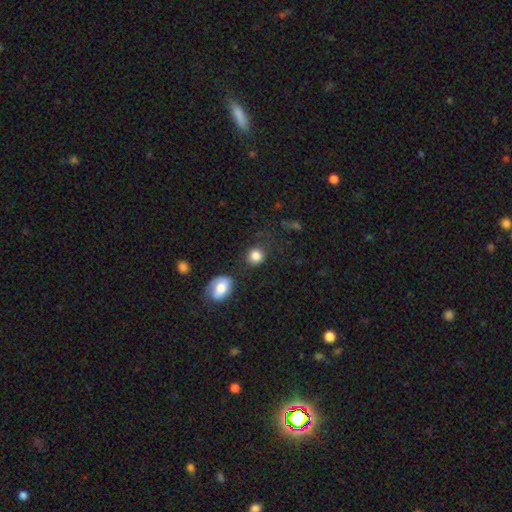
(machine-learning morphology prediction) type=smooth (85%); roundness=round (80%); merging=none (72%).